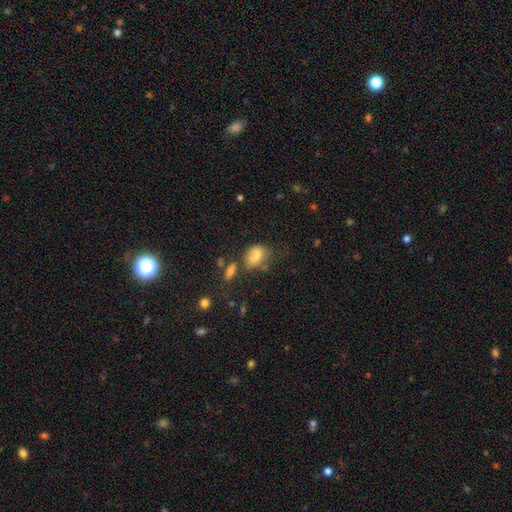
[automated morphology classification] smooth_or_featured: smooth (p=0.77) [alt: star or artifact p=0.12]
how_rounded: in between (p=0.76) [alt: round p=0.22]
merging: none (p=0.43) [alt: minor disturbance p=0.26]